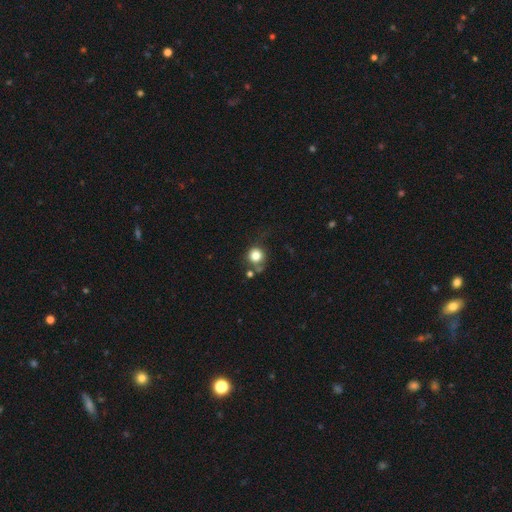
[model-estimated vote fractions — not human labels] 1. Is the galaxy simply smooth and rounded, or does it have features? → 80% smooth, 11% star or artifact, 8% featured or disk.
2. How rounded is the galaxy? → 89% round, 10% in between, 1% cigar-shaped.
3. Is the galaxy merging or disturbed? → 60% none, 17% minor disturbance, 15% merger, 8% major disturbance.